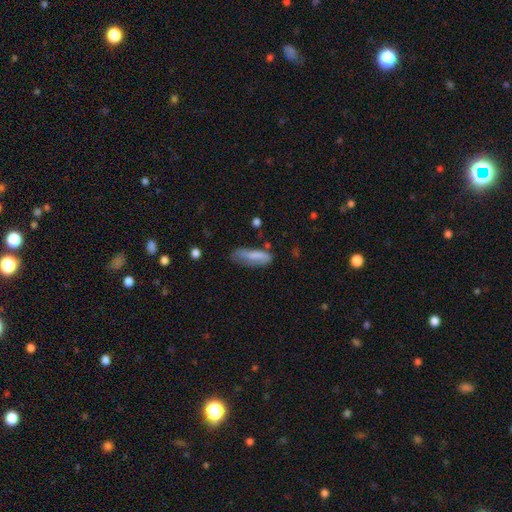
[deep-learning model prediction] Smooth or featured?
  - smooth: 76% *
  - featured or disk: 16%
  - star or artifact: 7%
How rounded?
  - in between: 50% *
  - cigar-shaped: 48%
  - round: 2%
Merging?
  - none: 46% *
  - minor disturbance: 34%
  - major disturbance: 16%
  - merger: 4%